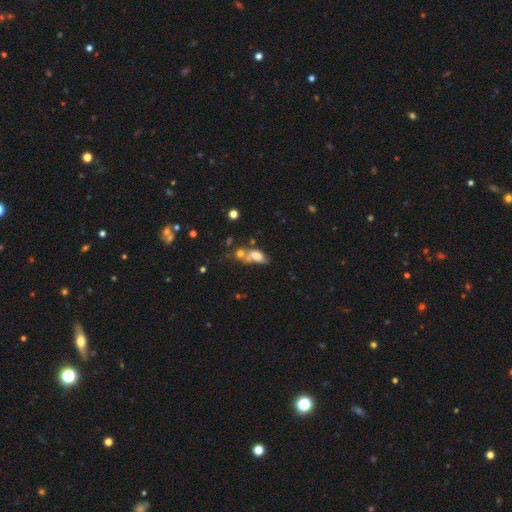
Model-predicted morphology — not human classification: smooth-or-featured: smooth: 62% | featured or disk: 25% | star or artifact: 13%
  how-rounded: in between: 81% | round: 11% | cigar-shaped: 8%
  merging: merger: 46% | none: 22% | major disturbance: 16% | minor disturbance: 15%